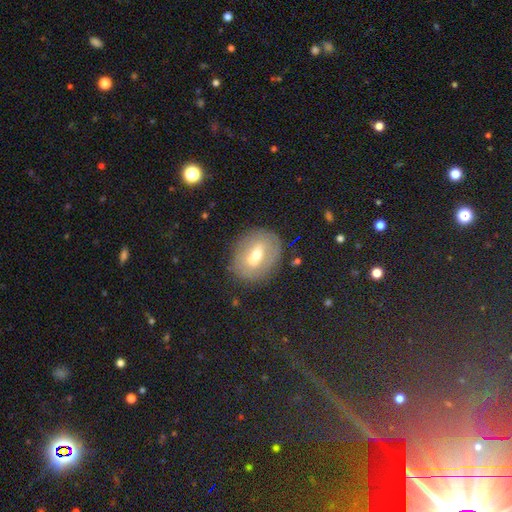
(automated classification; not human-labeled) The model was most divided on "smooth or featured": smooth: 45%, featured or disk: 43%, star or artifact: 11%. More confident: merging — none (69%).